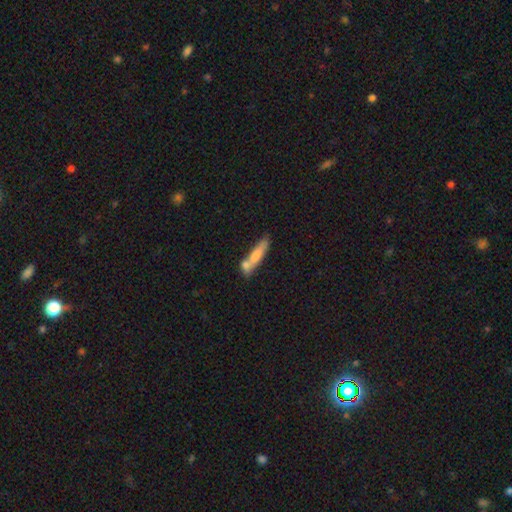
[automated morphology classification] A smooth galaxy with no disk features (64%) that is cigar-shaped (82%). Merging: none (49%).